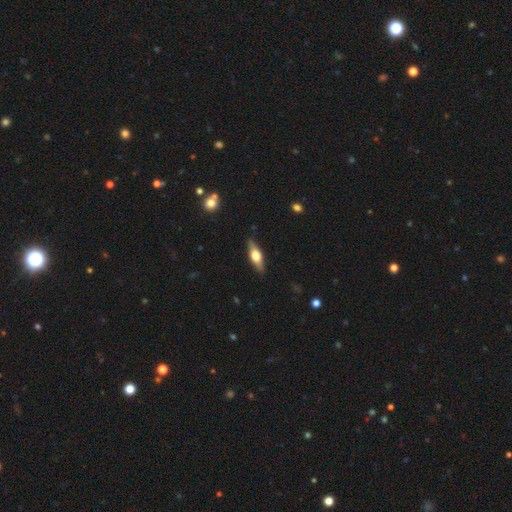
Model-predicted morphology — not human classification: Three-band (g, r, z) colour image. It shows a featured or disk galaxy (52%) viewed edge-on (91%). Merging: none (87%).